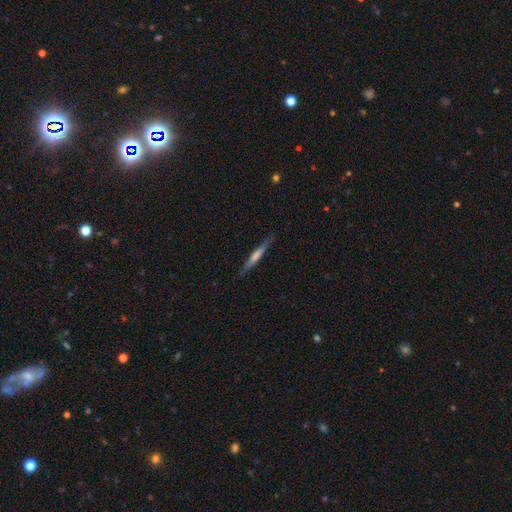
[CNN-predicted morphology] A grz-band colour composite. It shows a featured or disk galaxy (62%) viewed edge-on (97%) with a rounded central bulge (47%). Merging: none (89%).